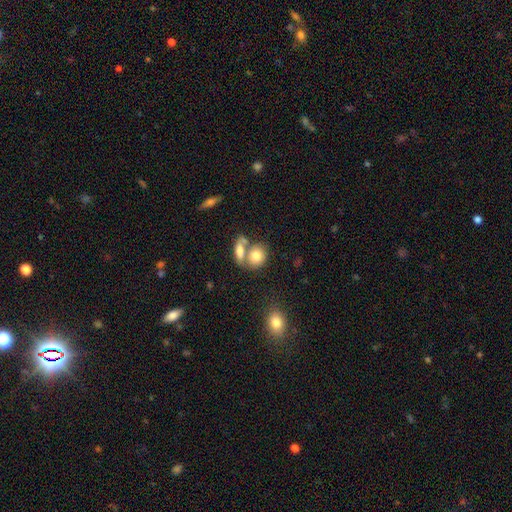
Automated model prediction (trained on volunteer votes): Morphology: type=smooth (79%); roundness=in between (52%); merging=merger (46%).